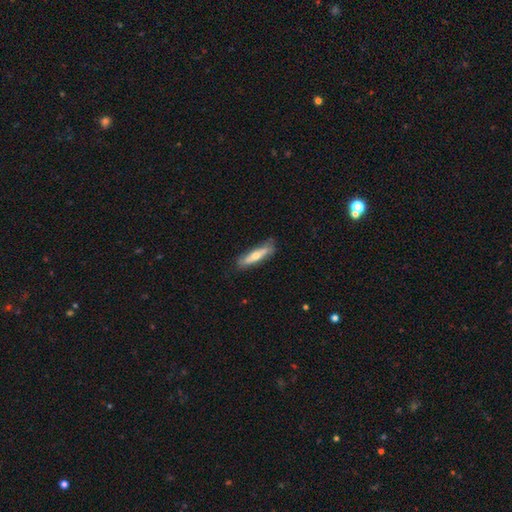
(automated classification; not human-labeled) Overall: smooth (50%; featured or disk 45%). Merging: none (76%).